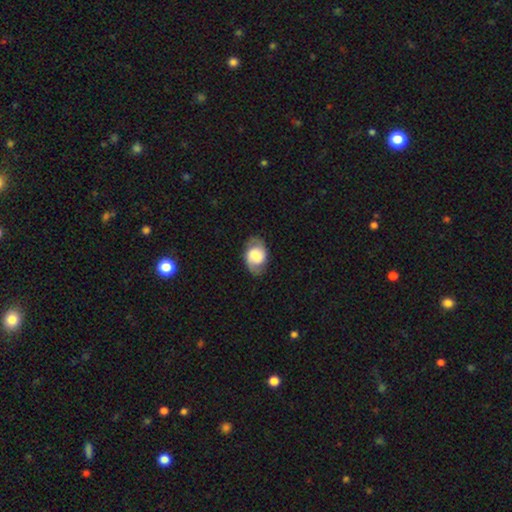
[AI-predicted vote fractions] Overall: featured or disk (48%; smooth 44%). Merging: none (76%).